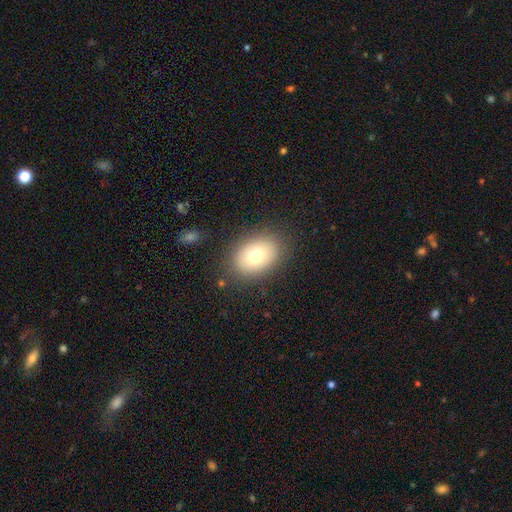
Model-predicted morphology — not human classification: Smooth or featured? smooth (75%)
How rounded? in between (77%)
Merging? none (84%)